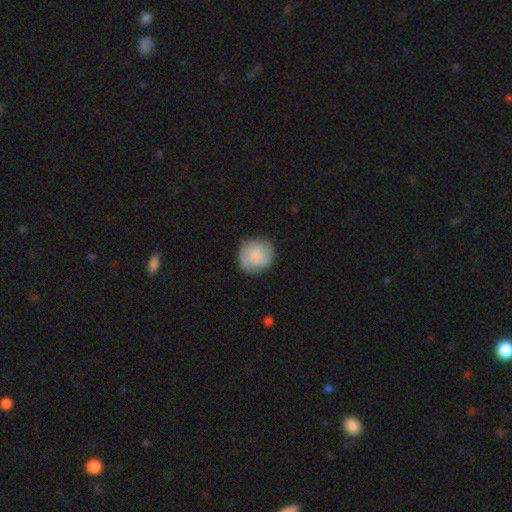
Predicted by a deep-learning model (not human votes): smooth 63%, featured or disk 30%, star or artifact 7%. Down the decision tree: how rounded — round (87%); merging — none (76%).